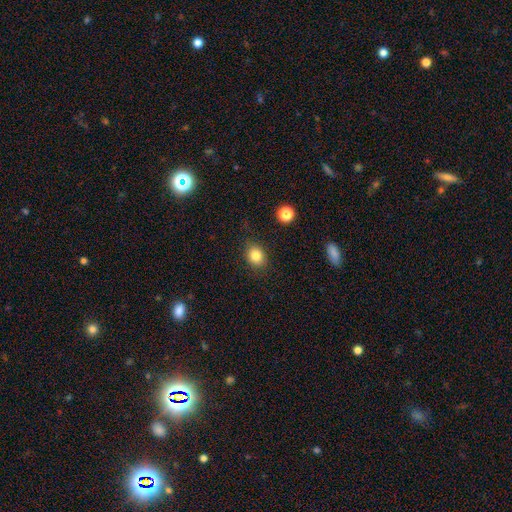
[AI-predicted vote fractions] smooth-or-featured: smooth: 83% | star or artifact: 11% | featured or disk: 7%
  how-rounded: round: 55% | in between: 44% | cigar-shaped: 1%
  merging: none: 84% | minor disturbance: 12% | major disturbance: 3% | merger: 2%